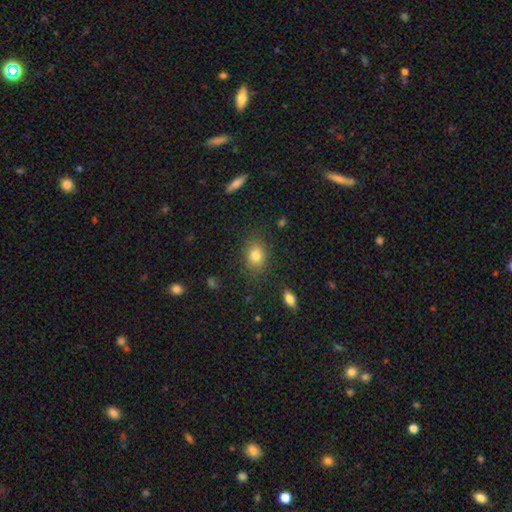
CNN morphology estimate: This appears to be a smooth galaxy with no disk features (81%) that is in between round and cigar-shaped (60%). Merging: none (83%).